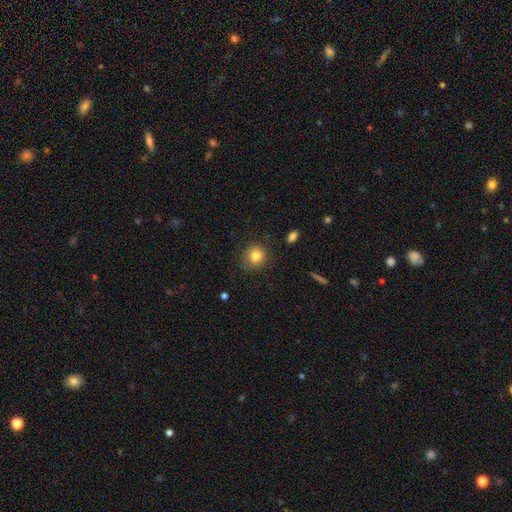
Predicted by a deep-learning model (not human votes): Smooth or featured? Predicted: smooth (p=0.81). How rounded? Predicted: round (p=0.85). Merging? Predicted: none (p=0.83).